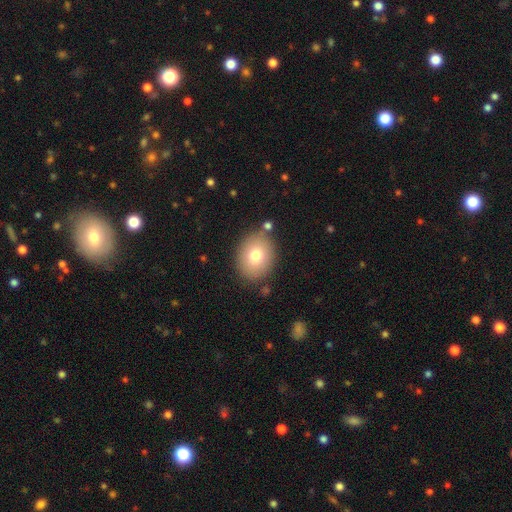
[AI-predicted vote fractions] Q: Smooth or featured?
A: smooth (75%); runner-up: featured or disk (15%)
Q: How rounded?
A: in between (51%); runner-up: round (48%)
Q: Merging?
A: none (82%); runner-up: minor disturbance (10%)